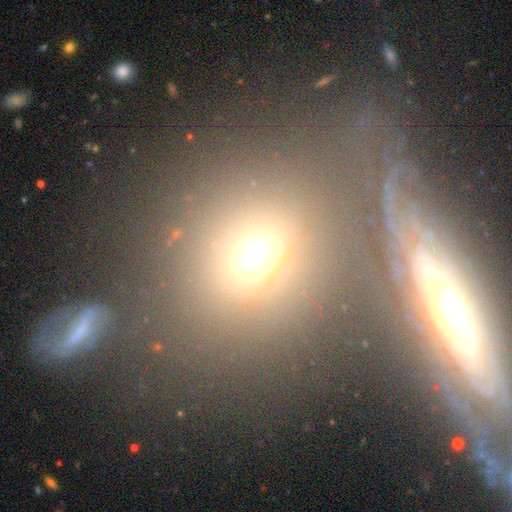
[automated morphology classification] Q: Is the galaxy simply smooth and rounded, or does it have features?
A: smooth — 61%.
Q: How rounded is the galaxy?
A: round — 76%.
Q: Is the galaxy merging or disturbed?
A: none — 57%.